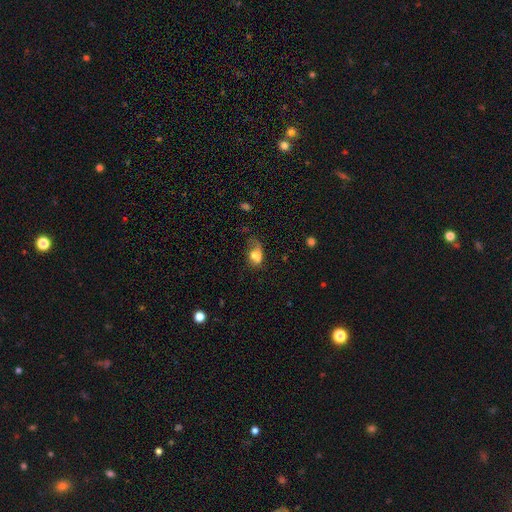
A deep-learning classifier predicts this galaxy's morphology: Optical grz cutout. It shows a smooth galaxy with no disk features (63%) that is in between round and cigar-shaped (76%). Merging: major disturbance (37%).